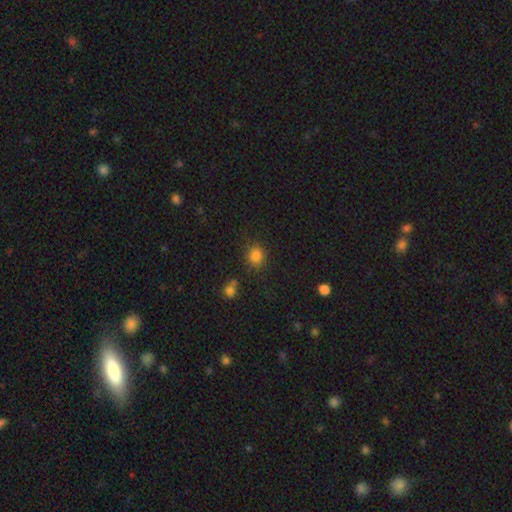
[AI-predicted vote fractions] This appears to be a smooth galaxy with no disk features (82%) that is round (78%). Merging: none (80%).